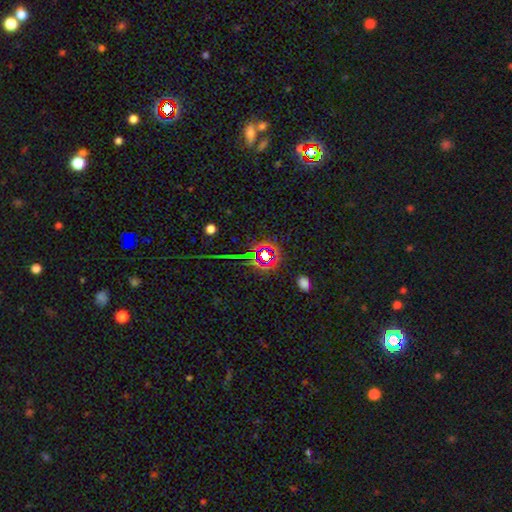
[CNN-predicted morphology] star or artifact 65%, smooth 23%, featured or disk 12%.